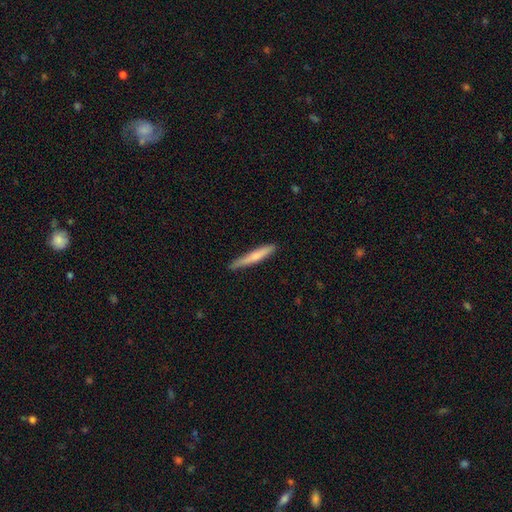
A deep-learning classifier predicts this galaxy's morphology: Overall: smooth (67%; featured or disk 28%). How rounded: cigar-shaped (95%). Merging: none (80%).